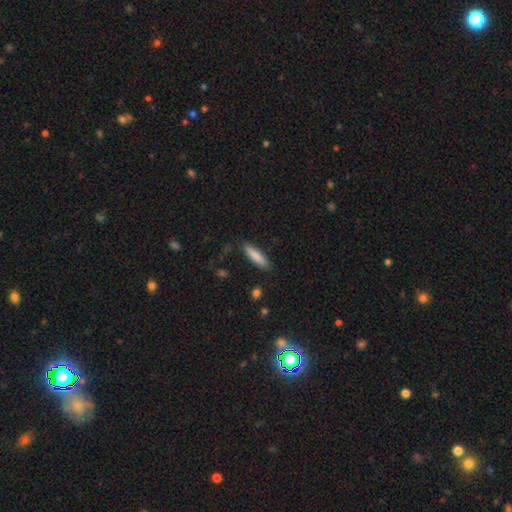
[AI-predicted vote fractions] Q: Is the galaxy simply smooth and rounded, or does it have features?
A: smooth — 85%.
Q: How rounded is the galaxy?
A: cigar-shaped — 70%.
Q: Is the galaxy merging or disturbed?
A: none — 87%.